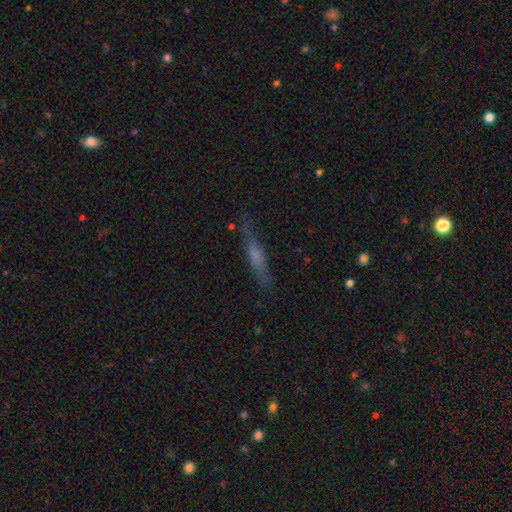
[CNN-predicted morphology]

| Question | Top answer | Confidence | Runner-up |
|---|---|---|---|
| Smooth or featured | featured or disk | 50% | smooth (39%) |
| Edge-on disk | yes | 91% | no (9%) |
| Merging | none | 79% | minor disturbance (15%) |